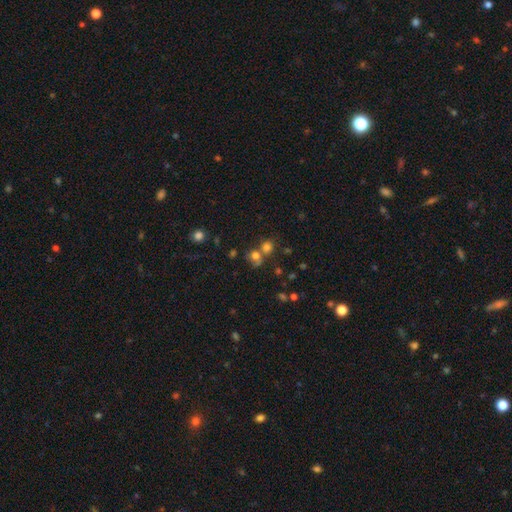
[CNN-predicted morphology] Smooth or featured?
  - smooth: 69% *
  - star or artifact: 19%
  - featured or disk: 13%
How rounded?
  - round: 80% *
  - in between: 18%
  - cigar-shaped: 1%
Merging?
  - none: 45% *
  - merger: 41%
  - minor disturbance: 9%
  - major disturbance: 5%